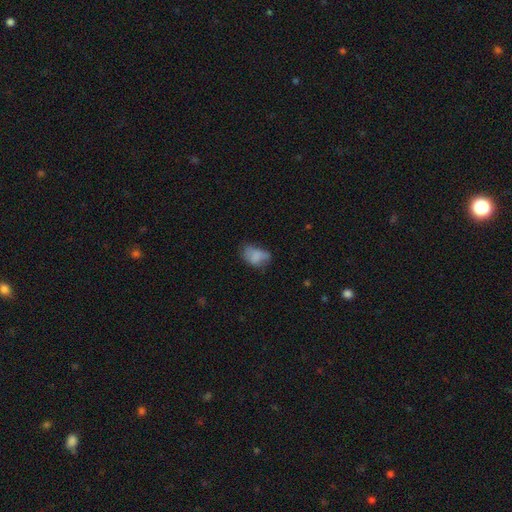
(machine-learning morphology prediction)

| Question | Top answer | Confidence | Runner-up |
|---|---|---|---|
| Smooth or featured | smooth | 72% | featured or disk (17%) |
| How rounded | in between | 85% | round (13%) |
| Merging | none | 36% | minor disturbance (35%) |